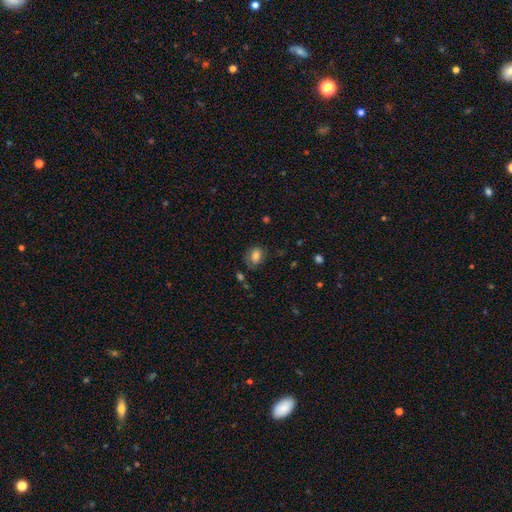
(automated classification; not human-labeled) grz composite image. It shows a smooth galaxy with no disk features (78%) that is in between round and cigar-shaped (68%). Merging: none (69%).